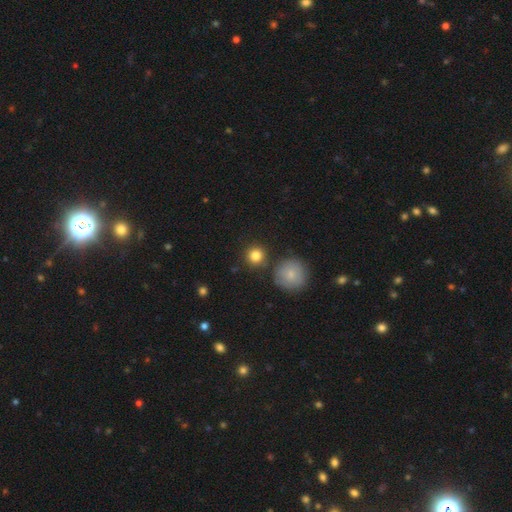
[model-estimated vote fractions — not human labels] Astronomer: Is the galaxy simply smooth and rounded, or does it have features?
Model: smooth — 83%.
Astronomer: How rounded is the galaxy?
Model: round — 93%.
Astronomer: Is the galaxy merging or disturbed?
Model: none — 83%.